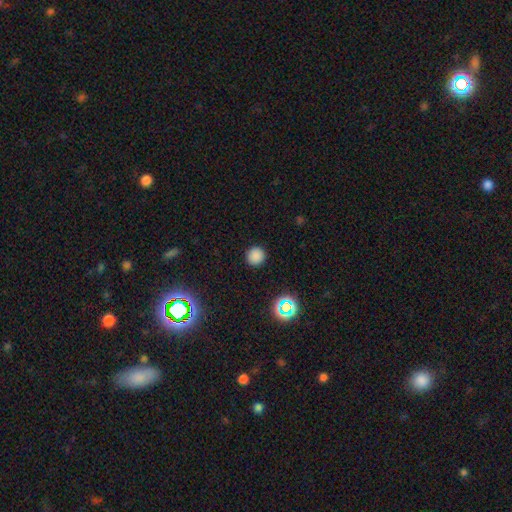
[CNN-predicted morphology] Smooth or featured: smooth — 81% (star or artifact — 16%)
How rounded: round — 95% (in between — 4%)
Merging: none — 91% (minor disturbance — 5%)